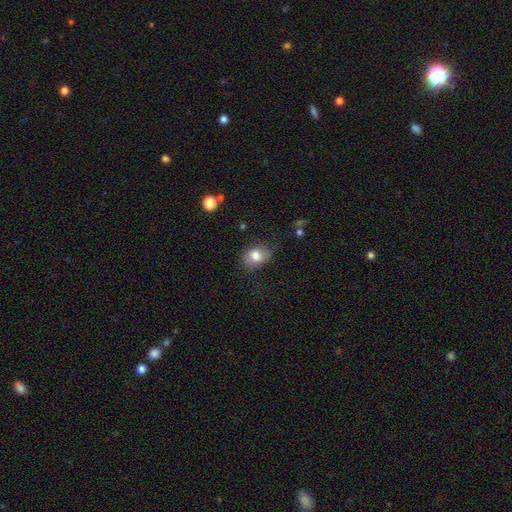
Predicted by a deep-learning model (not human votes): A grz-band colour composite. It shows a smooth galaxy with no disk features (77%) that is in between round and cigar-shaped (67%). Merging: none (63%).